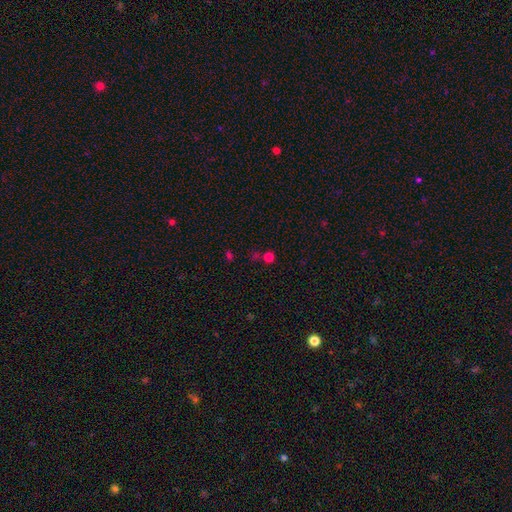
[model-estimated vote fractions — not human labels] The model was most divided on "smooth or featured": smooth: 60%, star or artifact: 34%, featured or disk: 6%. More confident: how rounded — round (90%); merging — none (71%).